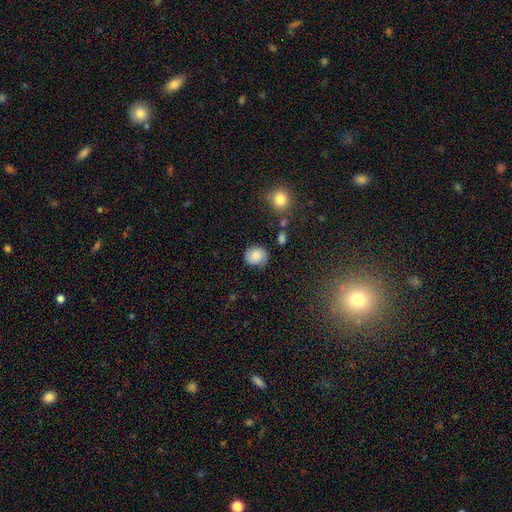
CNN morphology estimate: Smooth or featured? smooth (79%)
How rounded? round (76%)
Merging? none (73%)